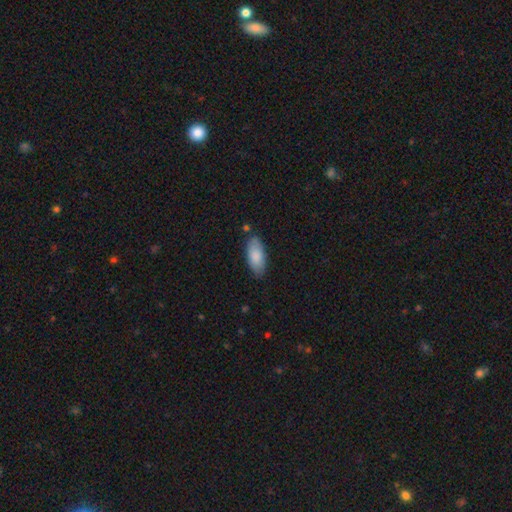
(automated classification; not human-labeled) Smooth or featured? Predicted: smooth (p=0.85). How rounded? Predicted: in between (p=0.89). Merging? Predicted: none (p=0.80).